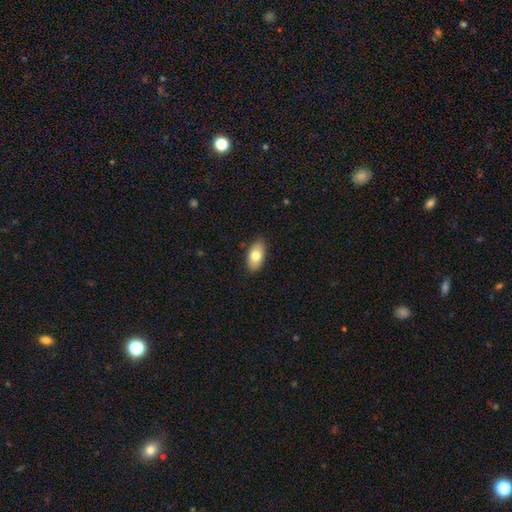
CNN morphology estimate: Overall: smooth (77%). How rounded: in between (93%). Merging: none (87%).